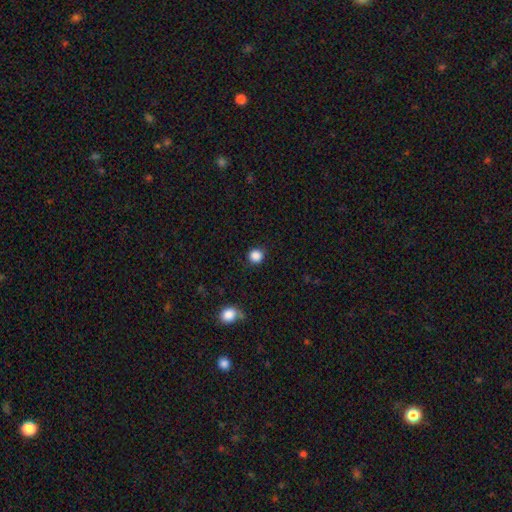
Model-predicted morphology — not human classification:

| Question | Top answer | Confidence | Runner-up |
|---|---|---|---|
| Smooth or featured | smooth | 87% | star or artifact (10%) |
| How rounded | round | 93% | in between (6%) |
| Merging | none | 89% | minor disturbance (7%) |